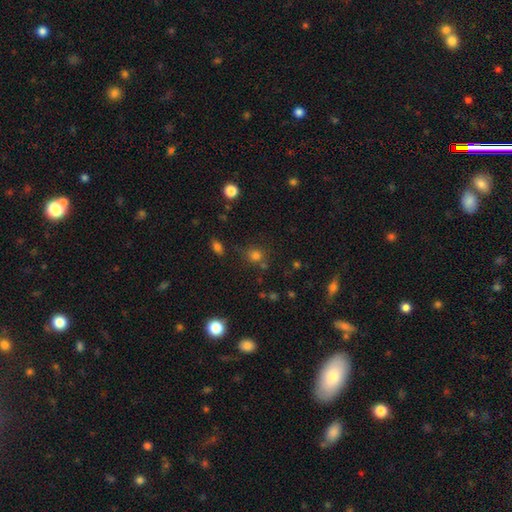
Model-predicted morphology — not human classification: Smooth or featured: smooth — 74% (star or artifact — 19%)
How rounded: round — 83% (in between — 16%)
Merging: none — 70% (minor disturbance — 13%)